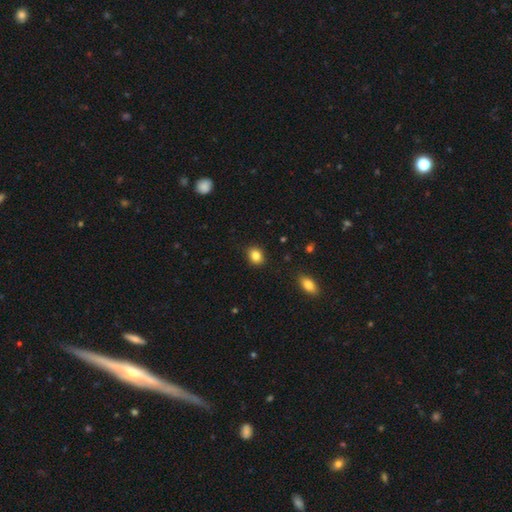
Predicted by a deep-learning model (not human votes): Morphology: type=smooth (84%); roundness=round (52%); merging=none (88%).